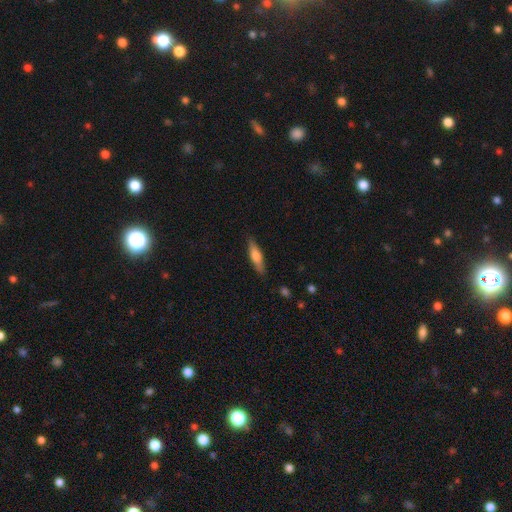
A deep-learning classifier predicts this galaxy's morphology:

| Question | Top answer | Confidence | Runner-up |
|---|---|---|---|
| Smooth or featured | smooth | 62% | featured or disk (32%) |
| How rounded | cigar-shaped | 72% | in between (26%) |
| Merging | none | 85% | minor disturbance (11%) |